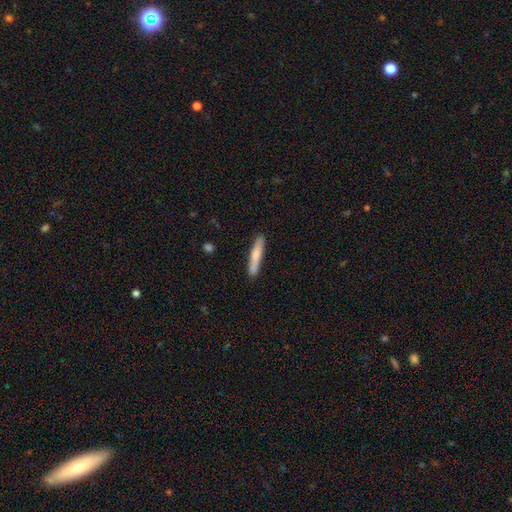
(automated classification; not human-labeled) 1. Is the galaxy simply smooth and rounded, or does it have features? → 70% smooth, 24% featured or disk, 5% star or artifact.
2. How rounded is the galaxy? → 93% cigar-shaped, 6% in between, 1% round.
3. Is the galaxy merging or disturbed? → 88% none, 9% minor disturbance, 2% major disturbance, 1% merger.